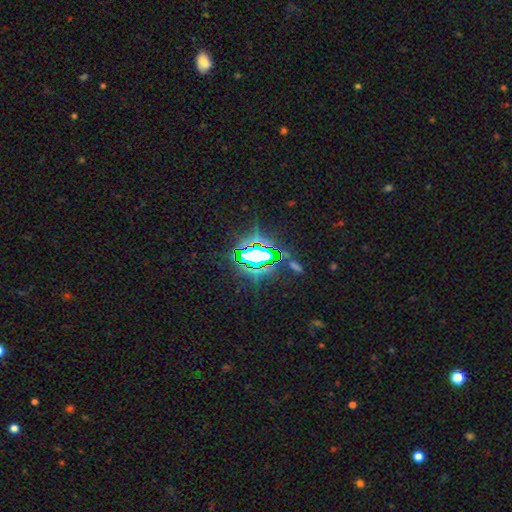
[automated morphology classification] A star or artifact, not a galaxy (75%).

Vote fractions:
- Smooth or featured? star or artifact: 75% / smooth: 14% / featured or disk: 11%